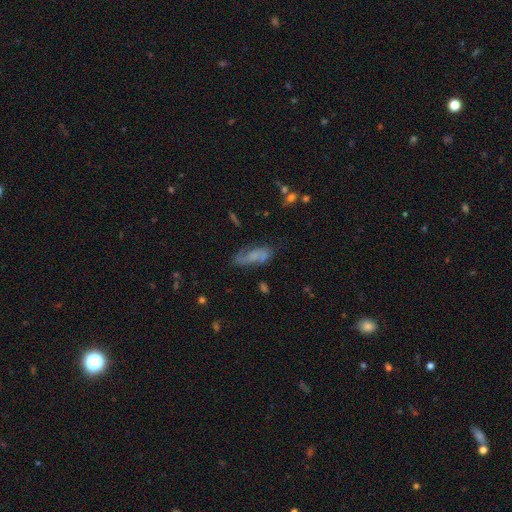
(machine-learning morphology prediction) type=featured or disk (55%); edge-on=no (89%); merging=none (62%).